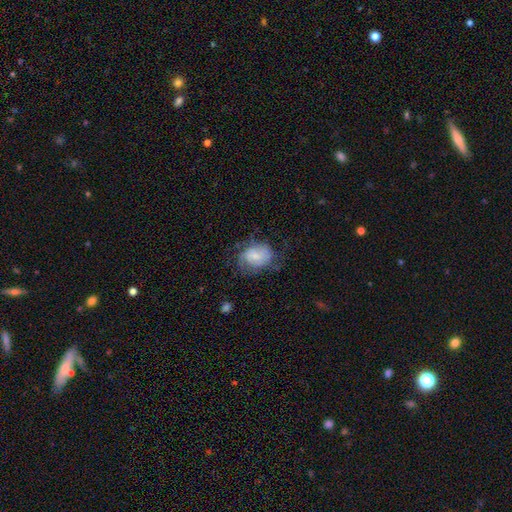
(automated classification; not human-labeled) A smooth galaxy with no disk features (47%). Merging: none (47%).